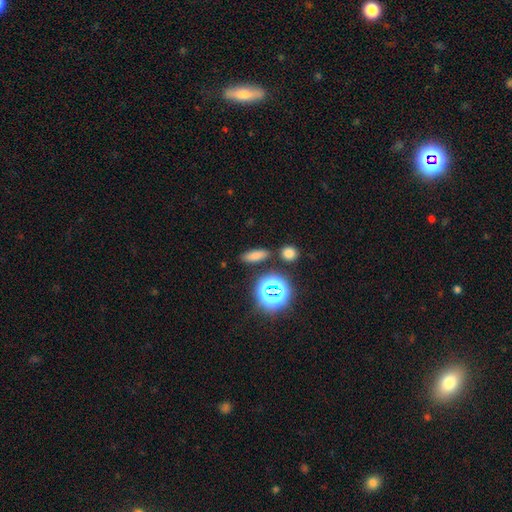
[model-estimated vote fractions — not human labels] smooth 71%, star or artifact 21%, featured or disk 8%. Down the decision tree: how rounded — in between (57%); merging — none (84%).